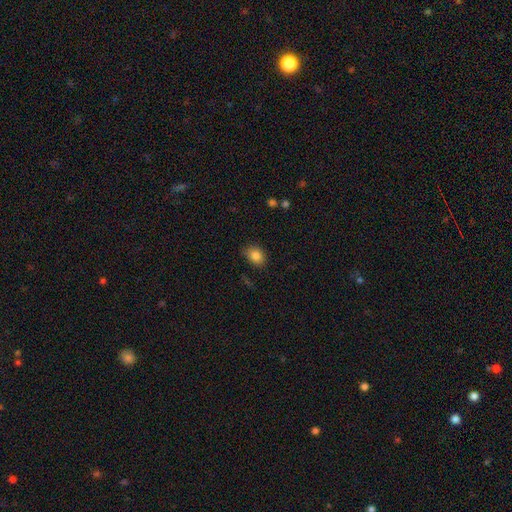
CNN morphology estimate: A smooth galaxy with no disk features (83%) that is in between round and cigar-shaped (61%).

Vote fractions:
- Smooth or featured? smooth: 83% / star or artifact: 10% / featured or disk: 7%
- How rounded? in between: 61% / round: 38% / cigar-shaped: 1%
- Merging? none: 81% / minor disturbance: 15% / major disturbance: 3% / merger: 1%